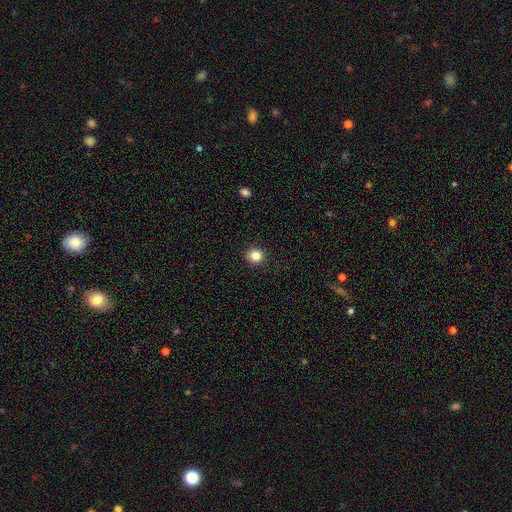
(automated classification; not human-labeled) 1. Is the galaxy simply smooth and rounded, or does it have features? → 84% smooth, 11% star or artifact, 5% featured or disk.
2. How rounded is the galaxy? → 87% round, 13% in between, 1% cigar-shaped.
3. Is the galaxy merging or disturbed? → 92% none, 5% minor disturbance, 2% major disturbance, 1% merger.